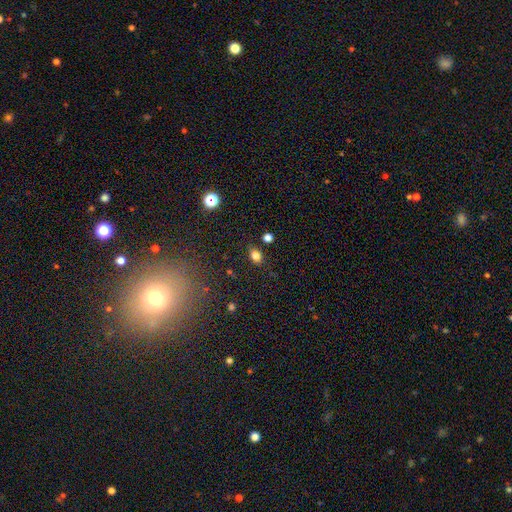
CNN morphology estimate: smooth-or-featured: smooth: 80% | star or artifact: 12% | featured or disk: 8%
  how-rounded: in between: 74% | round: 25% | cigar-shaped: 2%
  merging: none: 82% | minor disturbance: 12% | merger: 3% | major disturbance: 3%